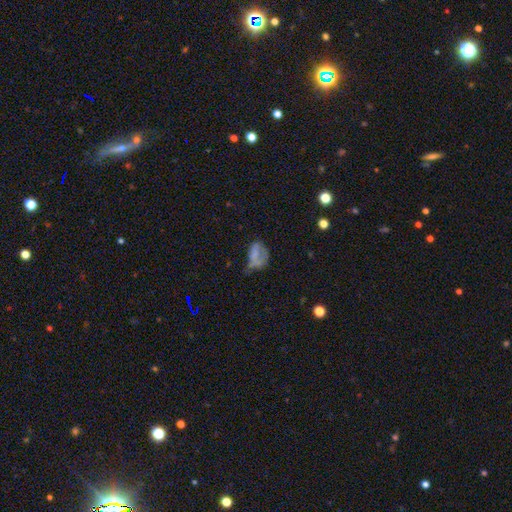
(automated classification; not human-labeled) This is possibly a smooth galaxy (59%). How rounded: clearly in between (80%). Merging: marginally major disturbance (37%).